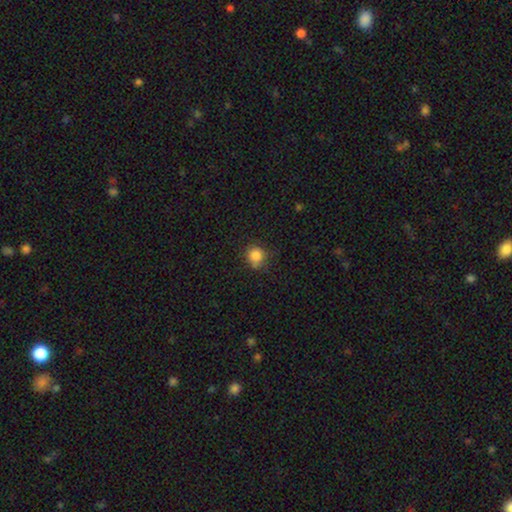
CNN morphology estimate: Smooth or featured?
  - smooth: 84% *
  - star or artifact: 11%
  - featured or disk: 5%
How rounded?
  - round: 83% *
  - in between: 16%
  - cigar-shaped: 1%
Merging?
  - none: 73% *
  - minor disturbance: 19%
  - major disturbance: 5%
  - merger: 2%